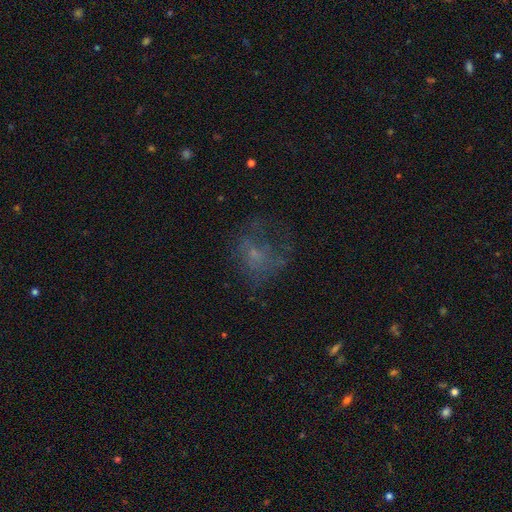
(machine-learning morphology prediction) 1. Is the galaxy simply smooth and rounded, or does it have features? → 39% smooth (tied), 39% featured or disk (tied), 22% star or artifact.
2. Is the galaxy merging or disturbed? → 42% none, 36% major disturbance, 19% minor disturbance, 3% merger.